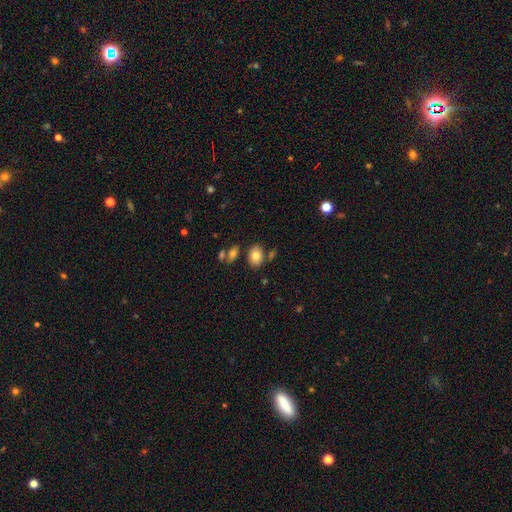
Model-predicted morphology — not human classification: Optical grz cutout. It shows a smooth galaxy with no disk features (81%) that is in between round and cigar-shaped (79%). Merging: none (74%).